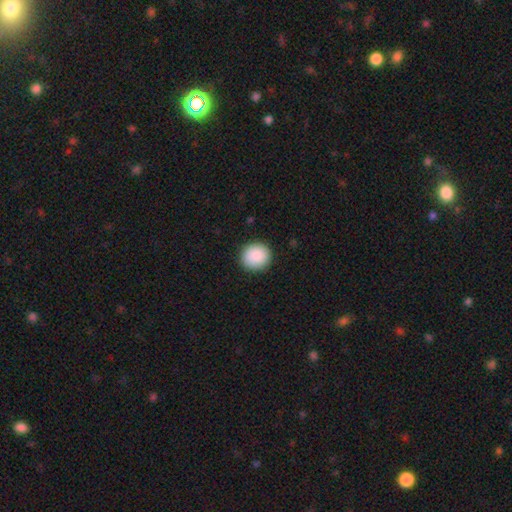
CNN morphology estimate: A smooth galaxy with no disk features (89%) that is round (89%).

Vote fractions:
- Smooth or featured? smooth: 89% / star or artifact: 7% / featured or disk: 4%
- How rounded? round: 89% / in between: 10% / cigar-shaped: 1%
- Merging? none: 91% / minor disturbance: 7% / major disturbance: 2% / merger: 1%